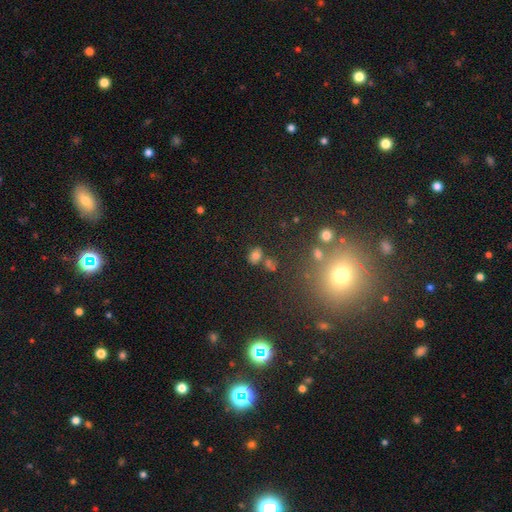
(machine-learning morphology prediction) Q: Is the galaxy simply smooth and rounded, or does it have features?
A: smooth — 70%.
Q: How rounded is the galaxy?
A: in between — 56%.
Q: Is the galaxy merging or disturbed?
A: none — 65%.